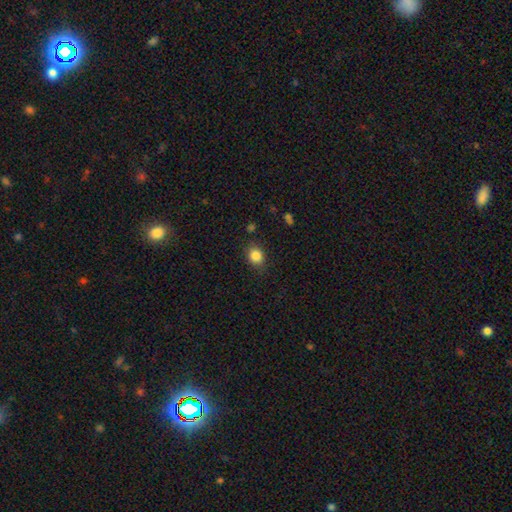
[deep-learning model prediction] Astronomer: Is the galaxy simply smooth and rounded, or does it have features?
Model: smooth — 85%.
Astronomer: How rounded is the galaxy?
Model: round — 53% (runner-up: in between, 46%).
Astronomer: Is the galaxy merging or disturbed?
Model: none — 81%.